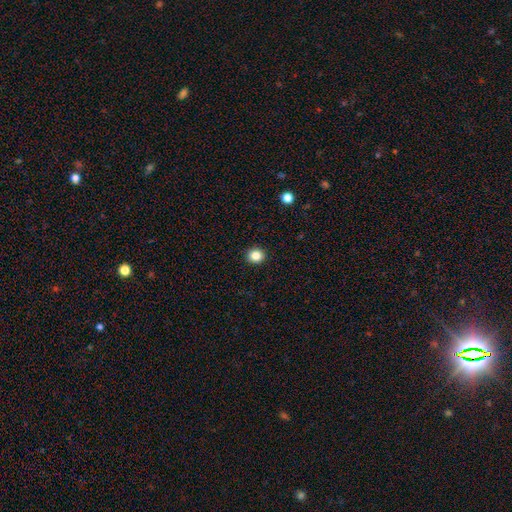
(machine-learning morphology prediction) smooth 84%, star or artifact 11%, featured or disk 5%. Down the decision tree: how rounded — round (85%); merging — none (93%).